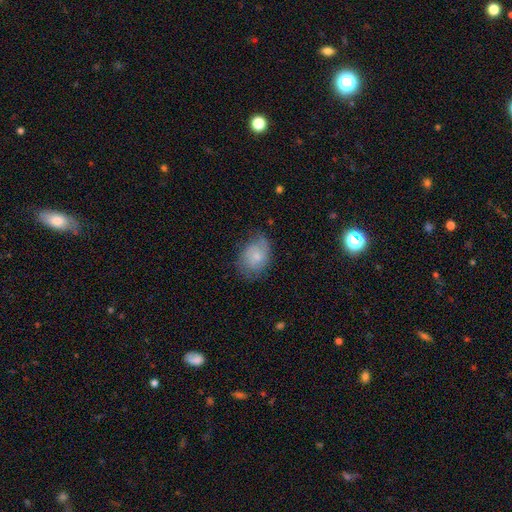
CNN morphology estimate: This is likely a smooth galaxy (62%). How rounded: likely in between (67%). Merging: likely none (61%).